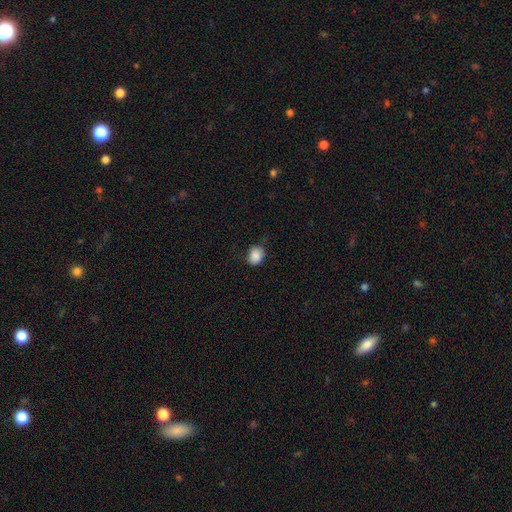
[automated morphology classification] A smooth galaxy with no disk features (87%) that is in between round and cigar-shaped (53%). Merging: none (68%).